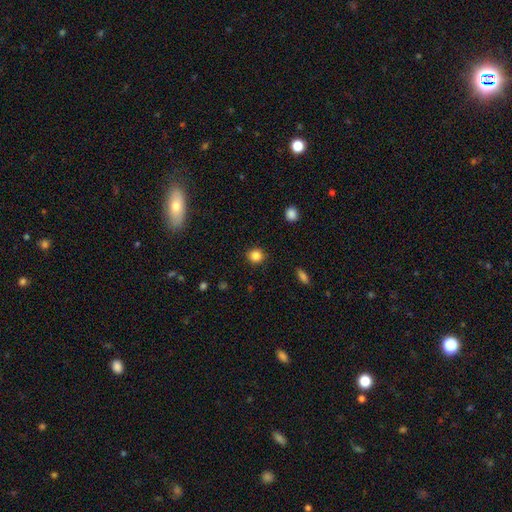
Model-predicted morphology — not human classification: Smooth or featured?
  - smooth: 85% *
  - star or artifact: 11%
  - featured or disk: 4%
How rounded?
  - round: 90% *
  - in between: 9%
  - cigar-shaped: 1%
Merging?
  - none: 90% *
  - minor disturbance: 6%
  - major disturbance: 2%
  - merger: 1%